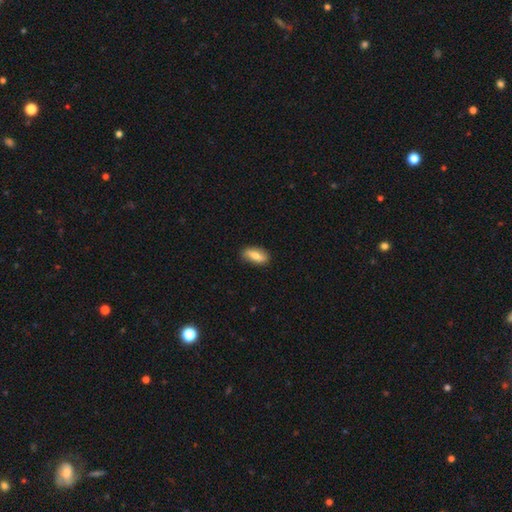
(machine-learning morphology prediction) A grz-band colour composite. It shows a smooth galaxy with no disk features (79%) that is in between round and cigar-shaped (82%). Merging: none (84%).